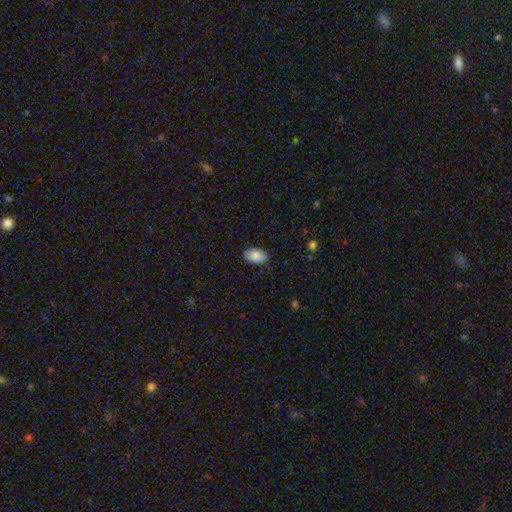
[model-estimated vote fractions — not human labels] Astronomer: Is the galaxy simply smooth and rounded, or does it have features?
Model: smooth — 88%.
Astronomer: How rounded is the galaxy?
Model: in between — 93%.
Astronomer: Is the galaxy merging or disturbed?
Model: none — 87%.